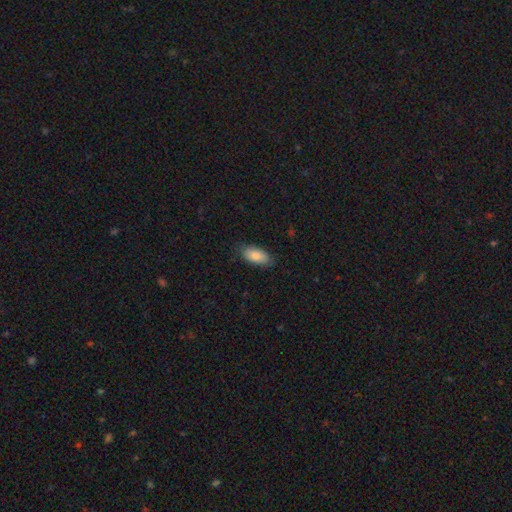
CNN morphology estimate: A smooth galaxy with no disk features (85%) that is in between round and cigar-shaped (91%). Merging: none (83%).